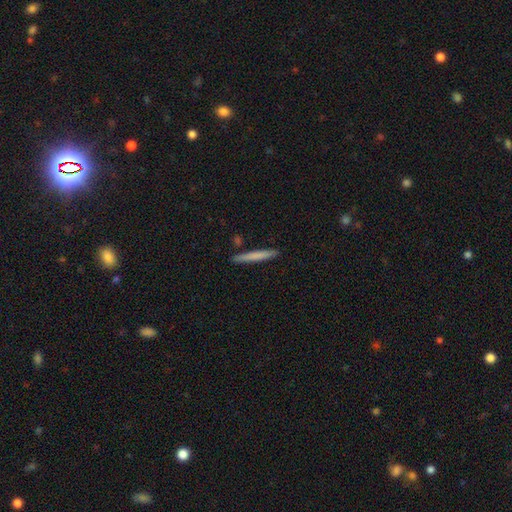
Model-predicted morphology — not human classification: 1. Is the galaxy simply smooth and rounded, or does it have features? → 70% smooth, 25% featured or disk, 5% star or artifact.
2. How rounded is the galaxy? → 96% cigar-shaped, 2% in between, 1% round.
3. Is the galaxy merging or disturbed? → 88% none, 8% minor disturbance, 3% merger, 2% major disturbance.